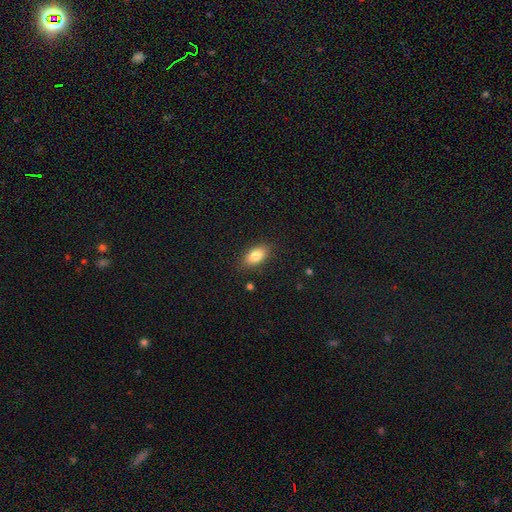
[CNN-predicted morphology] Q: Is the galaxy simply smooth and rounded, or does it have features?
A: smooth — 83%.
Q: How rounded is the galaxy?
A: in between — 89%.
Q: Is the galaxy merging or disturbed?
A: none — 85%.